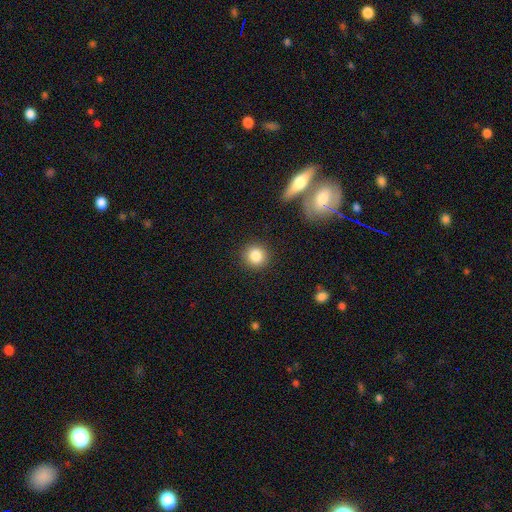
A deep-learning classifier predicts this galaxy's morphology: Smooth or featured: smooth — 85% (star or artifact — 10%)
How rounded: round — 92% (in between — 7%)
Merging: none — 90% (minor disturbance — 6%)